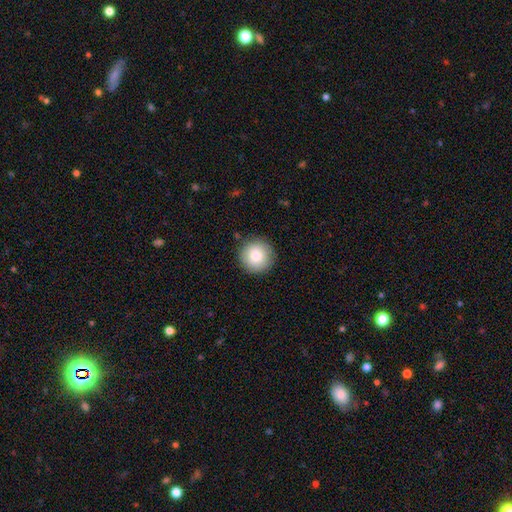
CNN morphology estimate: Overall: smooth (82%). How rounded: round (95%). Merging: none (89%).